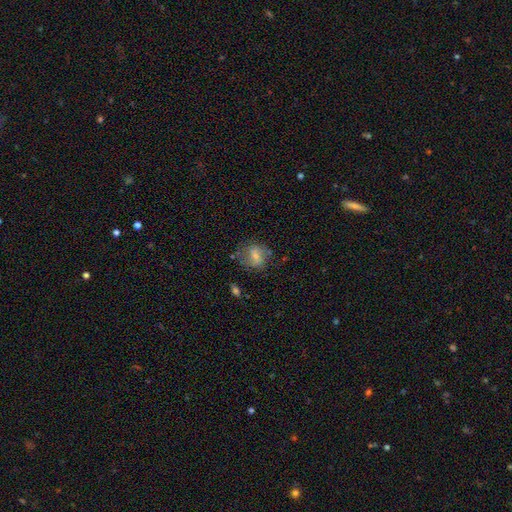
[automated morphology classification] Smooth or featured: smooth — 53% (featured or disk — 38%)
How rounded: round — 61% (in between — 37%)
Merging: none — 61% (minor disturbance — 23%)